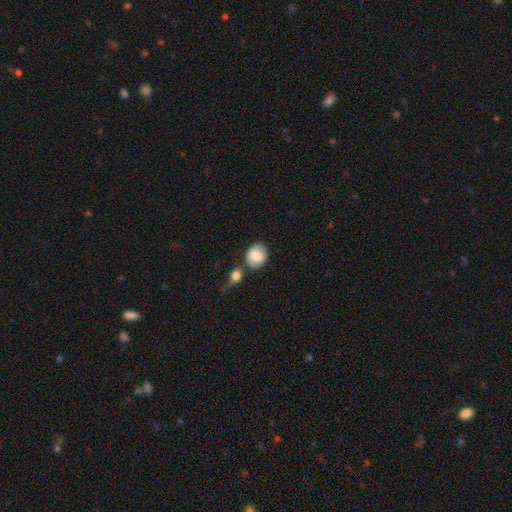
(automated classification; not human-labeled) The model was most divided on "how rounded": round: 60%, in between: 39%, cigar-shaped: 1%. More confident: smooth or featured — smooth (82%); merging — none (56%).